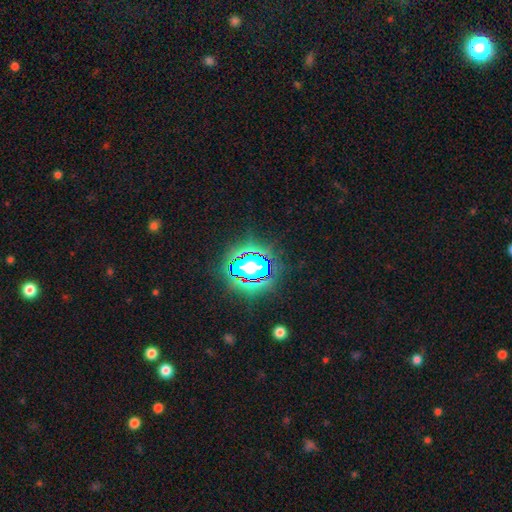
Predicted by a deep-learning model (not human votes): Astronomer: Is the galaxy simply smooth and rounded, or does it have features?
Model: star or artifact — 81%.